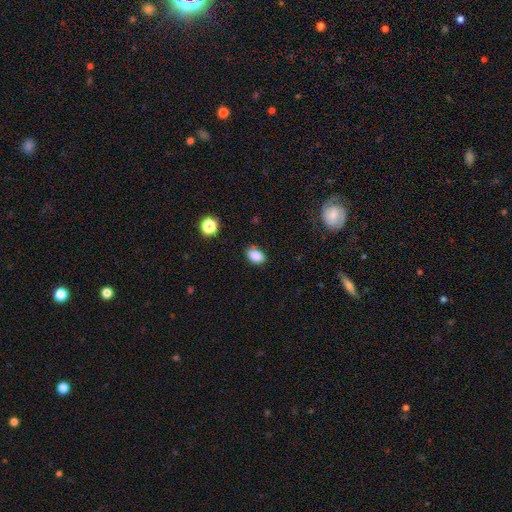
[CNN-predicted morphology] This is clearly a smooth galaxy (86%). How rounded: likely in between (80%). Merging: clearly none (81%).